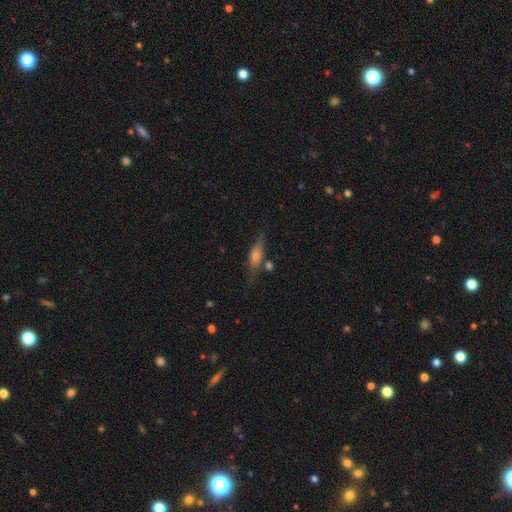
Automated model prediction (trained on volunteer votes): Smooth or featured? Predicted: featured or disk (p=0.51). Edge-on disk? Predicted: yes (p=0.88). Merging? Predicted: none (p=0.72).